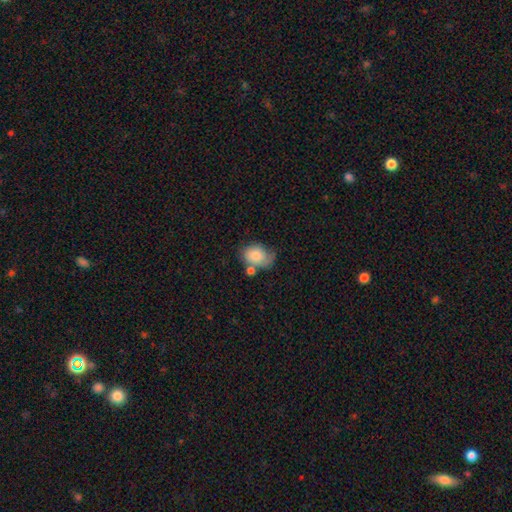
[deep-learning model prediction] Smooth or featured? smooth (81%)
How rounded? in between (68%)
Merging? none (42%)